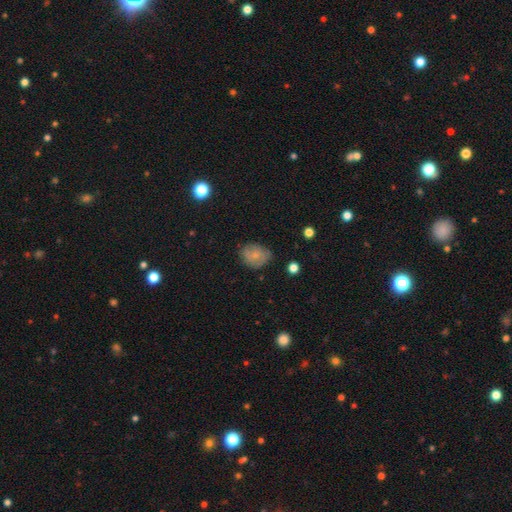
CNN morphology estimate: Q: Smooth or featured?
A: smooth (69%); runner-up: featured or disk (22%)
Q: How rounded?
A: round (54%); runner-up: in between (45%)
Q: Merging?
A: none (67%); runner-up: minor disturbance (25%)